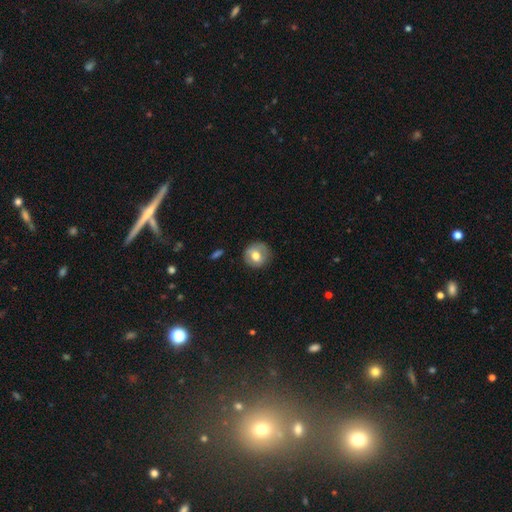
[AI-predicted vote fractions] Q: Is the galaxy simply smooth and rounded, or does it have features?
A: smooth — 65%.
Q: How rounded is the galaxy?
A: round — 89%.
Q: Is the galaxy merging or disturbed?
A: none — 81%.